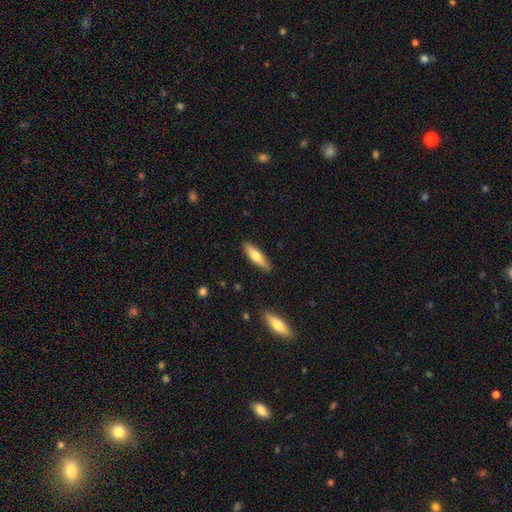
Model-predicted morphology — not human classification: A smooth galaxy with no disk features (66%) that is cigar-shaped (67%).

Vote fractions:
- Smooth or featured? smooth: 66% / featured or disk: 29% / star or artifact: 6%
- How rounded? cigar-shaped: 67% / in between: 31% / round: 2%
- Merging? none: 88% / minor disturbance: 9% / major disturbance: 2% / merger: 1%